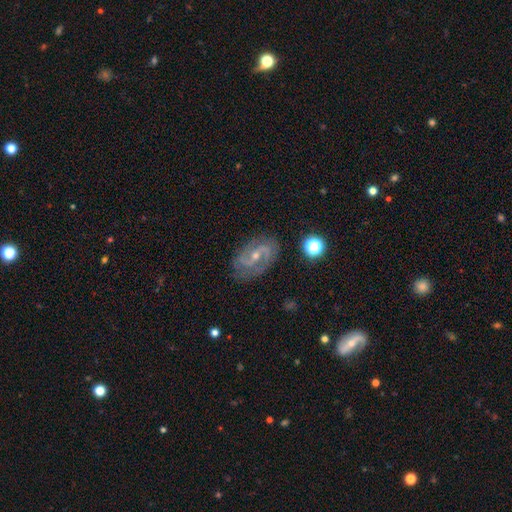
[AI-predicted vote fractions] A featured or disk galaxy (85%) with a weak bar (48%), 2 (86%) medium (51%) spiral arms (96%) and a small central bulge (61%). Merging: none (79%).